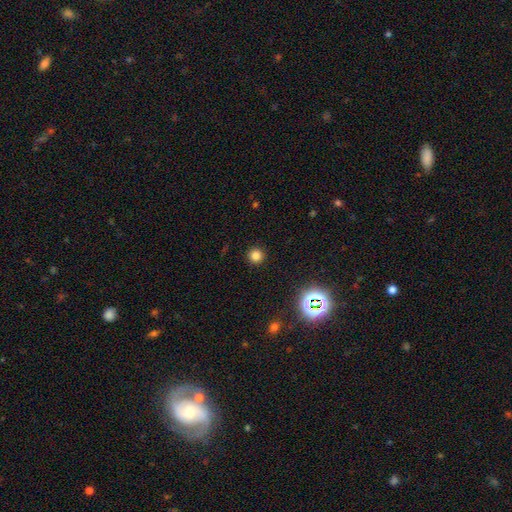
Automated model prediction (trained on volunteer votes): Smooth or featured? smooth (80%)
How rounded? round (95%)
Merging? none (92%)